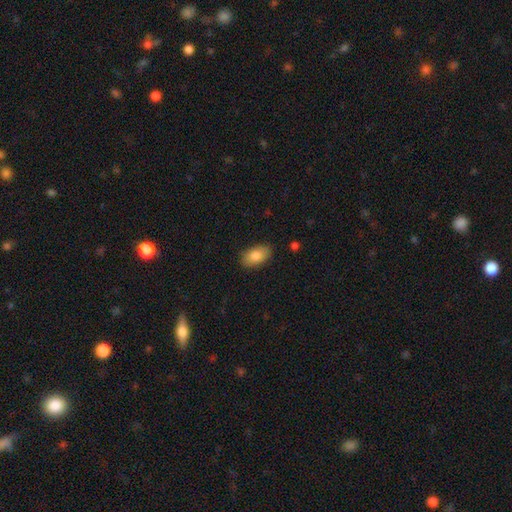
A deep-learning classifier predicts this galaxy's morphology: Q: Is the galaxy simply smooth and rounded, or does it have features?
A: smooth — 85%.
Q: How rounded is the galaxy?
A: in between — 92%.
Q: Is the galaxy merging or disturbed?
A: none — 86%.